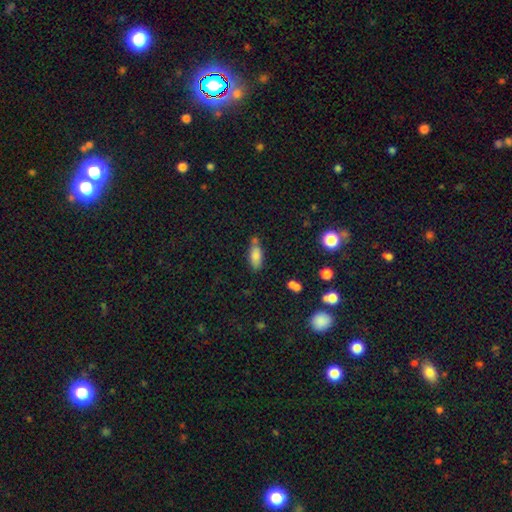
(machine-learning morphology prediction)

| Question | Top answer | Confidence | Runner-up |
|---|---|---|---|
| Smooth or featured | smooth | 80% | featured or disk (11%) |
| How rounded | in between | 76% | cigar-shaped (21%) |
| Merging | none | 59% | minor disturbance (22%) |